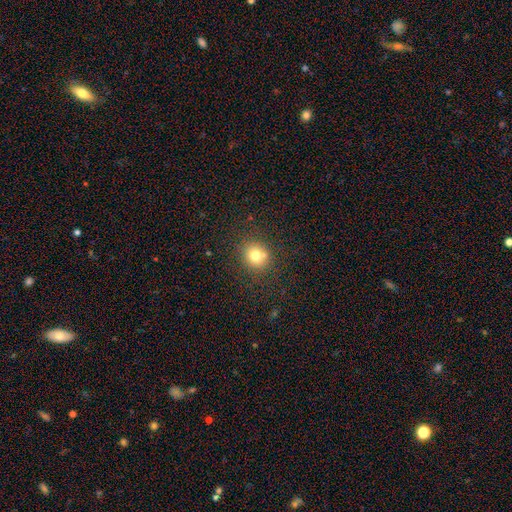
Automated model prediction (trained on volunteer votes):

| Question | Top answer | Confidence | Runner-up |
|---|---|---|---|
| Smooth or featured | smooth | 75% | star or artifact (15%) |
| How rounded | round | 81% | in between (18%) |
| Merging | none | 75% | minor disturbance (11%) |